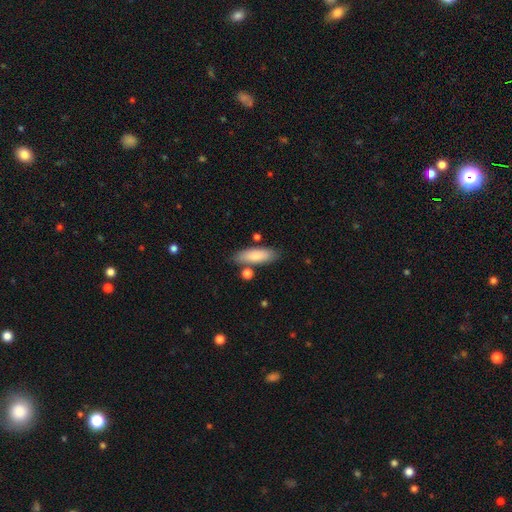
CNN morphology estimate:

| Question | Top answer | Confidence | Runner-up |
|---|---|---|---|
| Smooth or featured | smooth | 83% | featured or disk (11%) |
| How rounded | in between | 55% | cigar-shaped (43%) |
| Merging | none | 78% | minor disturbance (12%) |